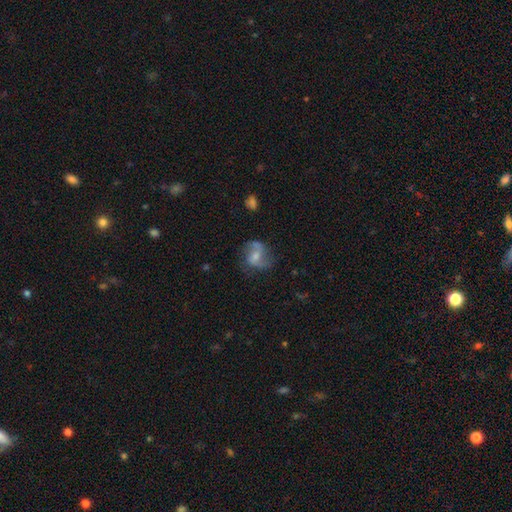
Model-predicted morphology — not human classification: smooth_or_featured: featured or disk (p=0.63) [alt: smooth p=0.29]
disk_edge_on: no (p=0.97) [alt: yes p=0.03]
bar: no (p=0.44) [tied with: weak p=0.44]
has_spiral_arms: yes (p=0.87) [alt: no p=0.13]
spiral_winding: loose (p=0.47) [alt: medium p=0.42]
spiral_arm_count: 2 (p=0.80) [alt: can't tell p=0.08]
bulge_size: moderate (p=0.40) [alt: small p=0.38]
merging: none (p=0.57) [alt: minor disturbance p=0.23]